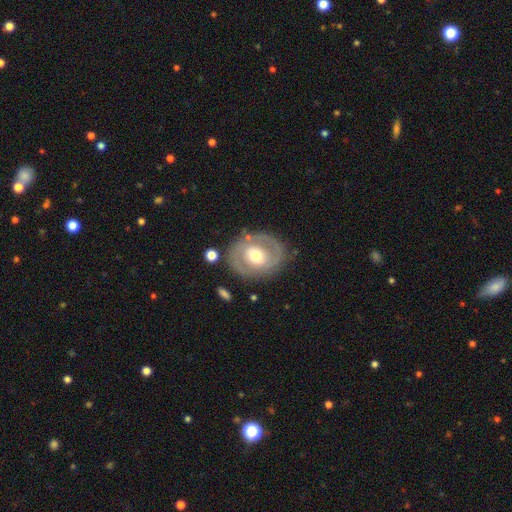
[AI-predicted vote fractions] A featured or disk galaxy (68%) with no bar (56%), spiral arms (59%) and a moderate central bulge (73%).

Vote fractions:
- Smooth or featured? featured or disk: 68% / smooth: 27% / star or artifact: 5%
- Edge-on disk? no: 96% / yes: 4%
- Bar? no: 56% / weak: 32% / strong: 12%
- Spiral arms? yes: 59% / no: 41%
- Bulge size? moderate: 73% / large: 13% / small: 12% / dominant: 1% / none: 1%
- Merging? none: 77% / minor disturbance: 14% / major disturbance: 6% / merger: 3%